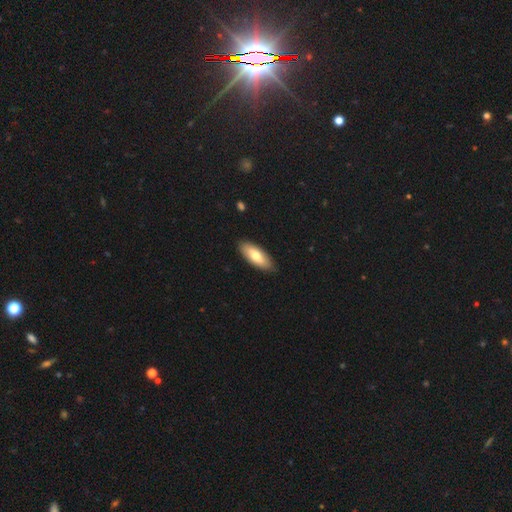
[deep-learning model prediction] This appears to be a smooth galaxy with no disk features (71%) that is in between round and cigar-shaped (80%). Merging: none (87%).